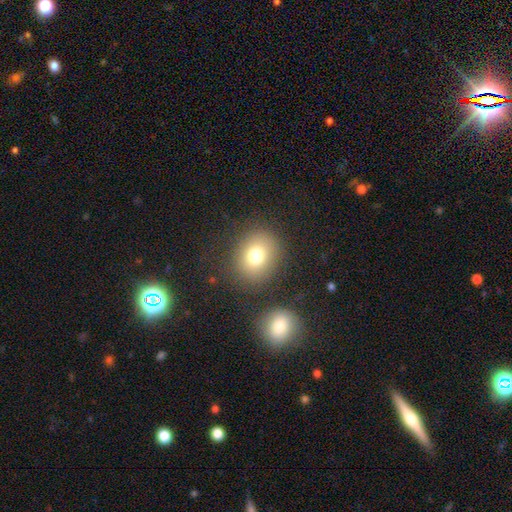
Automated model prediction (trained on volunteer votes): Q: Smooth or featured?
A: smooth (76%); runner-up: star or artifact (12%)
Q: How rounded?
A: round (65%); runner-up: in between (34%)
Q: Merging?
A: none (82%); runner-up: minor disturbance (9%)